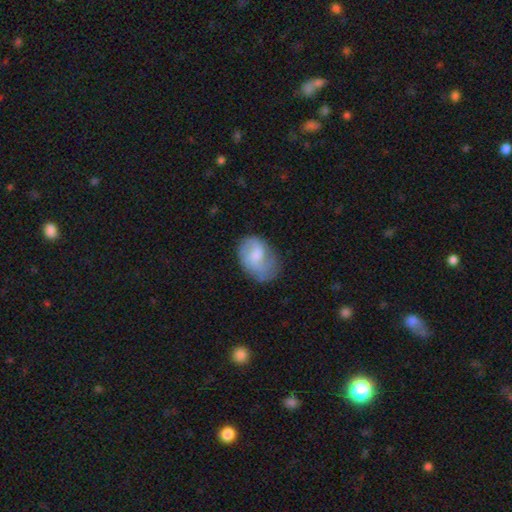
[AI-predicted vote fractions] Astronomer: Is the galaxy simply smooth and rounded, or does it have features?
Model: smooth — 50% (runner-up: featured or disk, 43%).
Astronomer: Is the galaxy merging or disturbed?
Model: none — 54%.